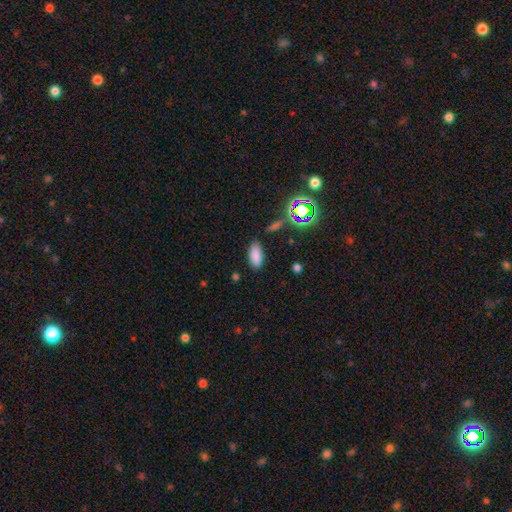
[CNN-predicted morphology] smooth 81%, star or artifact 13%, featured or disk 5%. Down the decision tree: how rounded — in between (89%); merging — none (83%).